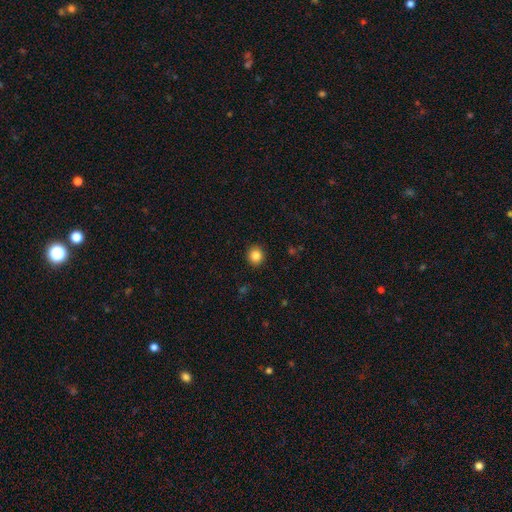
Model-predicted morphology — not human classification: smooth_or_featured: smooth (p=0.84) [alt: star or artifact p=0.11]
how_rounded: round (p=0.88) [alt: in between p=0.11]
merging: none (p=0.92) [alt: minor disturbance p=0.05]